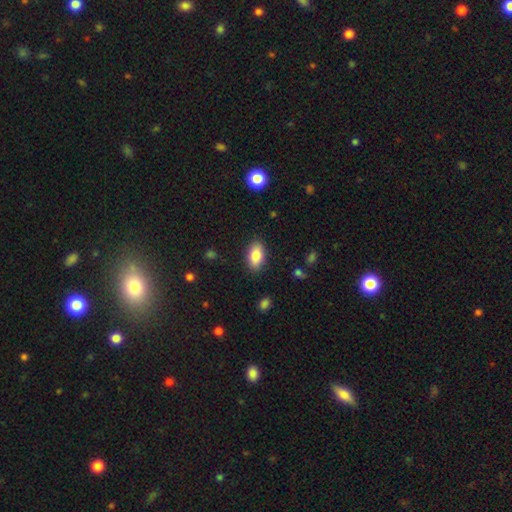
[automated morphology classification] smooth_or_featured: smooth (p=0.85) [alt: featured or disk p=0.08]
how_rounded: in between (p=0.92) [alt: round p=0.05]
merging: none (p=0.87) [alt: minor disturbance p=0.09]